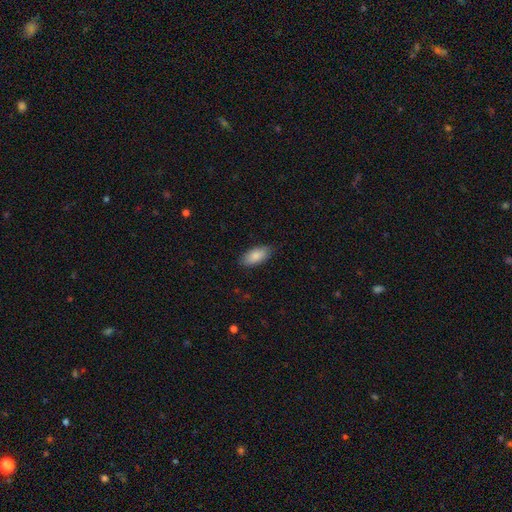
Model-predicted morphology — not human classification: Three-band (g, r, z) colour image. It shows a smooth galaxy with no disk features (87%) that is in between round and cigar-shaped (90%). Merging: none (85%).